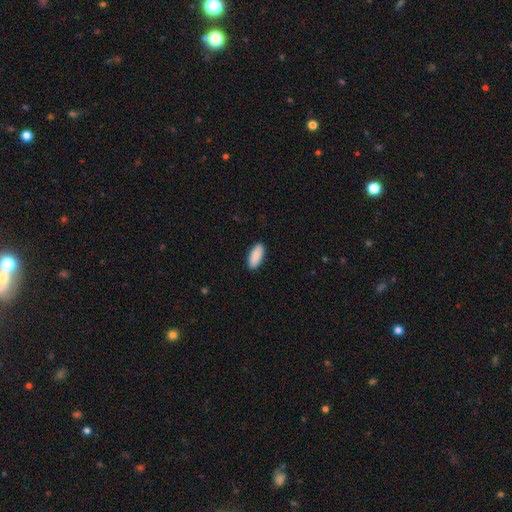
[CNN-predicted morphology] smooth_or_featured: smooth (p=0.91) [alt: star or artifact p=0.05]
how_rounded: in between (p=0.84) [alt: cigar-shaped p=0.14]
merging: none (p=0.91) [alt: minor disturbance p=0.07]